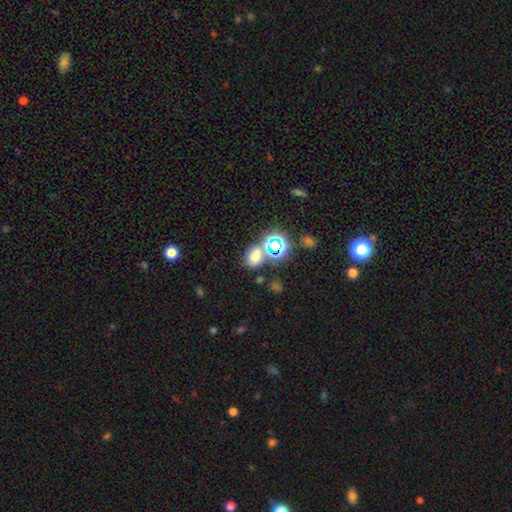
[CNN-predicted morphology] This is likely a smooth galaxy (61%). How rounded: likely in between (62%). Merging: likely none (61%).